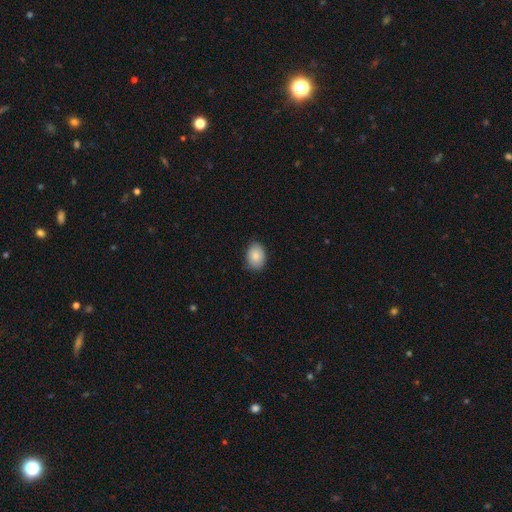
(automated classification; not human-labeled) smooth_or_featured: smooth (p=0.86) [alt: star or artifact p=0.07]
how_rounded: in between (p=0.72) [alt: round p=0.27]
merging: none (p=0.85) [alt: minor disturbance p=0.12]